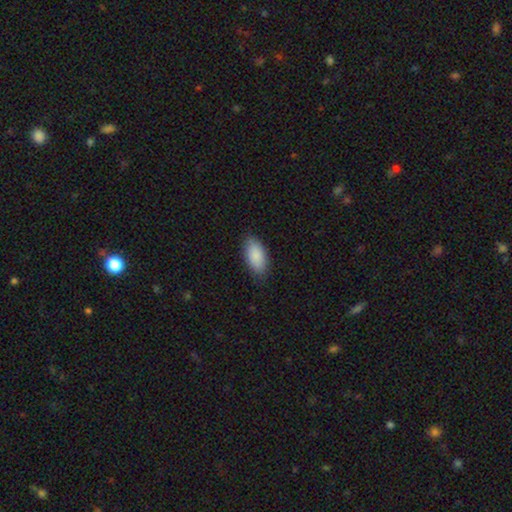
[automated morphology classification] Smooth or featured? Predicted: smooth (p=0.88). How rounded? Predicted: in between (p=0.93). Merging? Predicted: none (p=0.83).